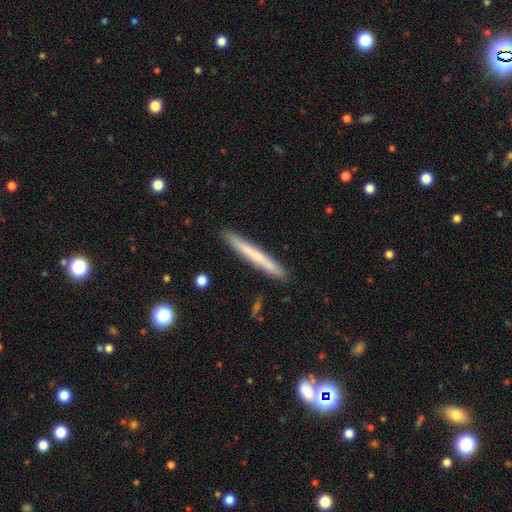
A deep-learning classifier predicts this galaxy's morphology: Smooth or featured: smooth — 62% (featured or disk — 32%)
How rounded: cigar-shaped — 97% (in between — 2%)
Merging: none — 91% (minor disturbance — 7%)